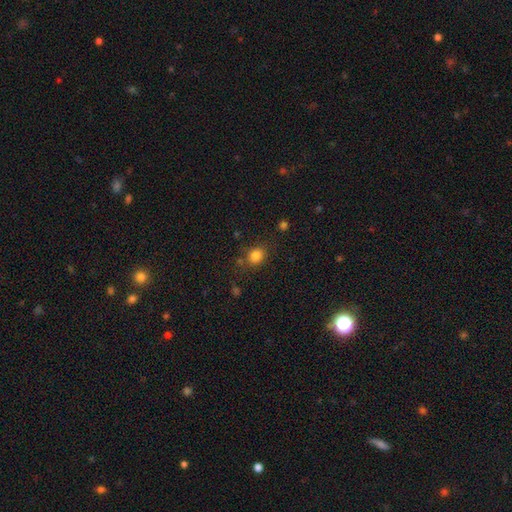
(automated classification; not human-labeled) Smooth or featured? Predicted: smooth (p=0.83). How rounded? Predicted: round (p=0.68). Merging? Predicted: none (p=0.75).